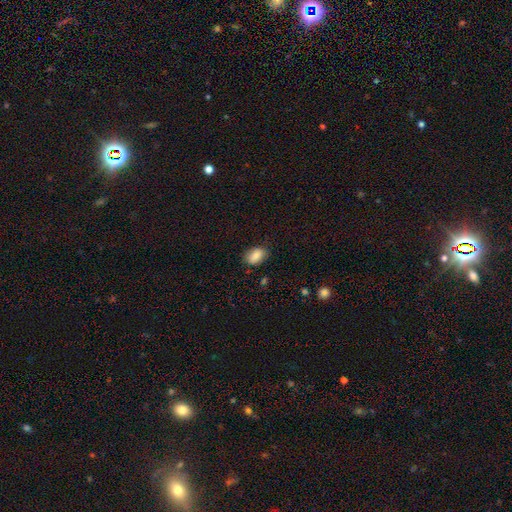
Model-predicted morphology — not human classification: Smooth or featured?
  - smooth: 83% *
  - featured or disk: 9%
  - star or artifact: 8%
How rounded?
  - in between: 84% *
  - round: 15%
  - cigar-shaped: 1%
Merging?
  - none: 80% *
  - minor disturbance: 15%
  - major disturbance: 3%
  - merger: 1%